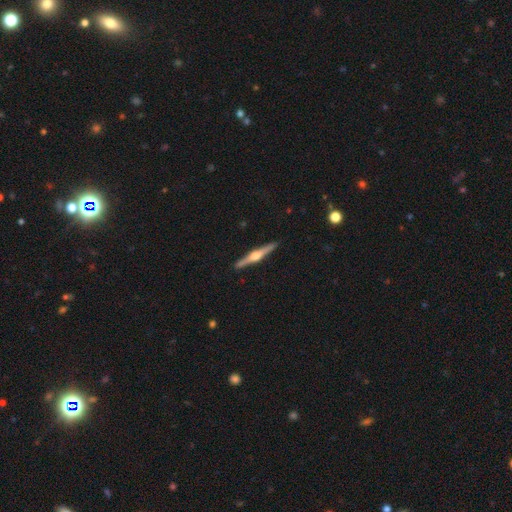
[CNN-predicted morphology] smooth_or_featured: featured or disk (p=0.75) [alt: smooth p=0.20]
disk_edge_on: yes (p=0.98) [alt: no p=0.02]
edge_on_bulge: rounded (p=0.88) [alt: boxy p=0.08]
merging: none (p=0.91) [alt: minor disturbance p=0.06]